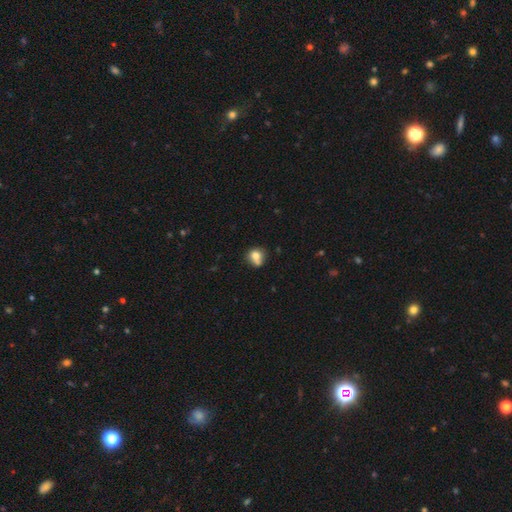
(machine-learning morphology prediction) type=smooth (74%); roundness=round (78%); merging=none (49%).